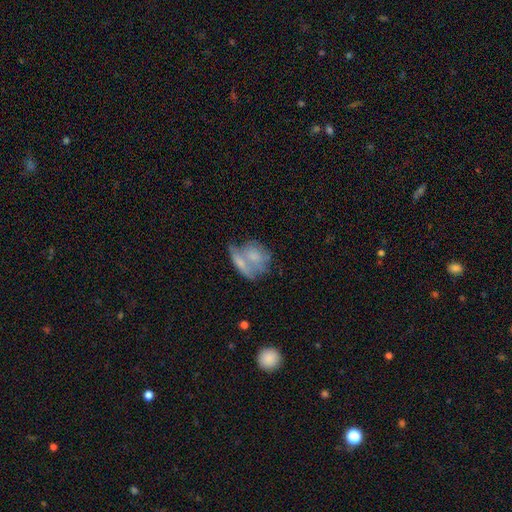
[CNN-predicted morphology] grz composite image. It shows a smooth galaxy with no disk features (59%) that is round (49%). Merging: merger (51%).